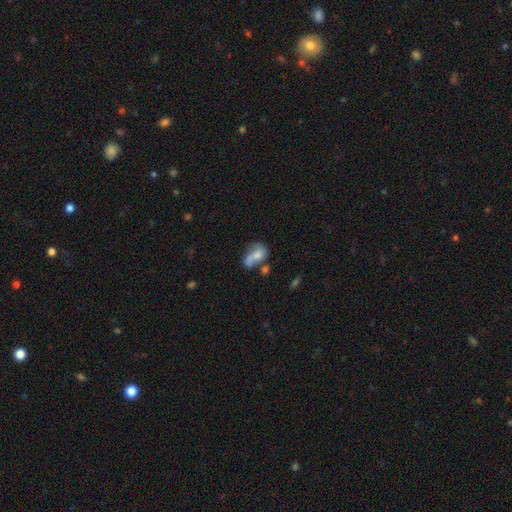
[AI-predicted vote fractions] The model was most divided on "merging": merger: 33%, none: 29%, minor disturbance: 20%, major disturbance: 19%. More confident: how rounded — in between (79%); smooth or featured — smooth (53%).